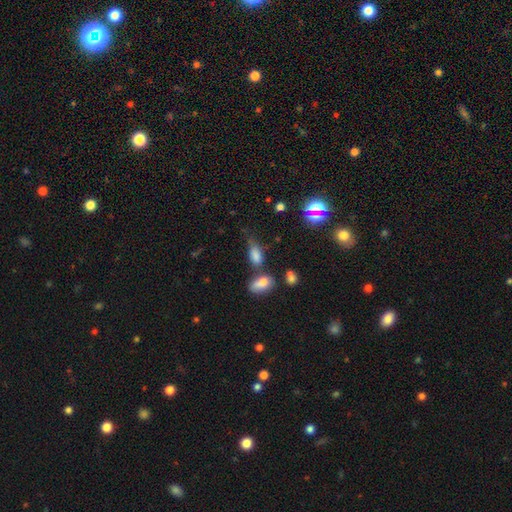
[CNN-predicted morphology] smooth-or-featured: smooth: 68% | star or artifact: 19% | featured or disk: 13%
  how-rounded: in between: 78% | cigar-shaped: 12% | round: 10%
  merging: none: 46% | minor disturbance: 26% | merger: 17% | major disturbance: 11%